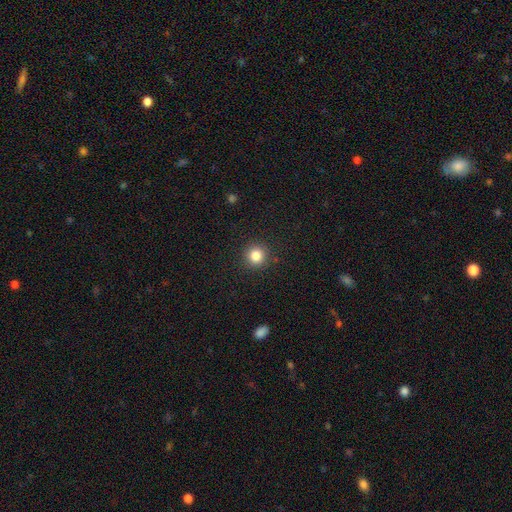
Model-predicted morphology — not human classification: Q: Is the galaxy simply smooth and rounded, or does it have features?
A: smooth — 83%.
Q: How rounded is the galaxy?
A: round — 93%.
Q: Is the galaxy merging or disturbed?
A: none — 91%.